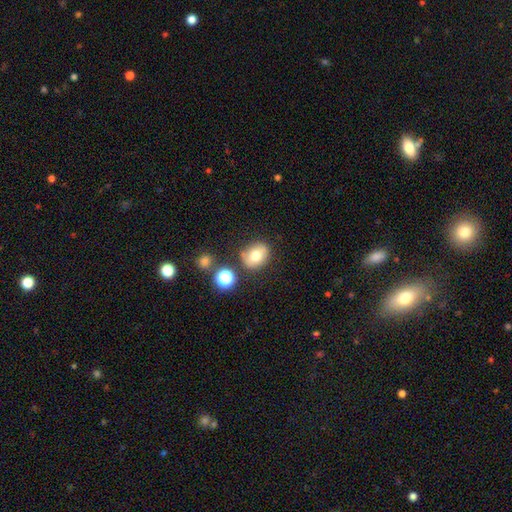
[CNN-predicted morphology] A smooth galaxy with no disk features (71%) that is round (59%).

Vote fractions:
- Smooth or featured? smooth: 71% / featured or disk: 17% / star or artifact: 12%
- How rounded? round: 59% / in between: 40% / cigar-shaped: 1%
- Merging? none: 74% / minor disturbance: 15% / merger: 7% / major disturbance: 4%